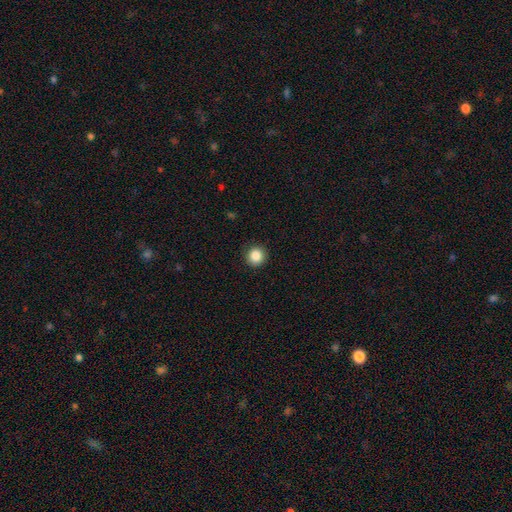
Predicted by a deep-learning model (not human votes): Overall: smooth (87%). How rounded: round (92%). Merging: none (90%).